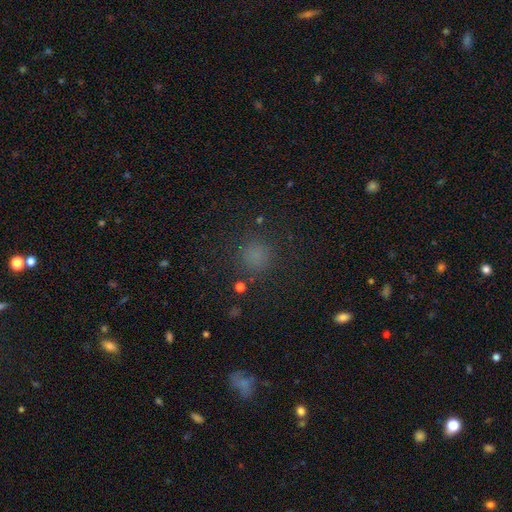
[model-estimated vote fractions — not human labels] Morphology: type=smooth (74%); roundness=round (91%); merging=none (85%).